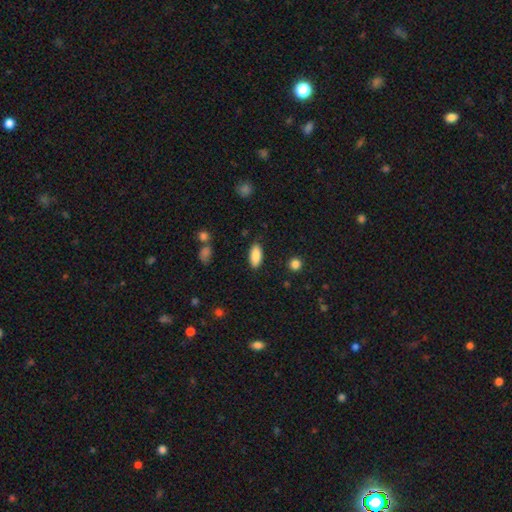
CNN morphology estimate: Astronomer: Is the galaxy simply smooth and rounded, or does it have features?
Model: smooth — 86%.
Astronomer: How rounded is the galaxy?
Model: in between — 86%.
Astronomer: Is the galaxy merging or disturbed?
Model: none — 86%.